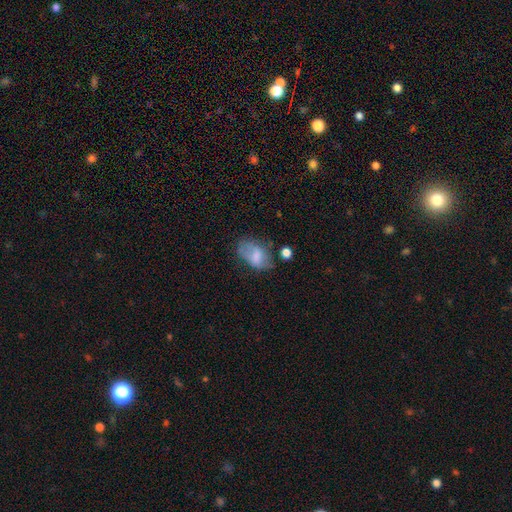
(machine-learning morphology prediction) Smooth or featured: smooth — 69% (featured or disk — 21%)
How rounded: in between — 89% (round — 10%)
Merging: none — 42% (minor disturbance — 31%)